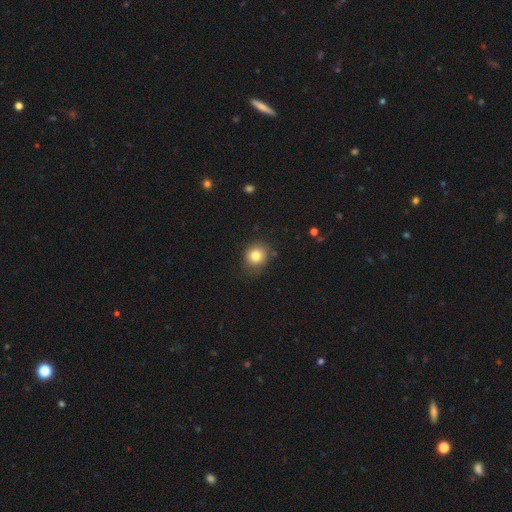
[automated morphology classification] Smooth or featured? smooth (81%)
How rounded? round (78%)
Merging? none (75%)